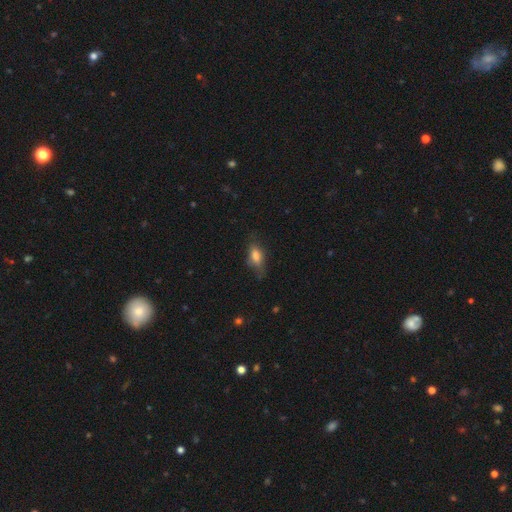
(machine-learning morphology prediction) smooth-or-featured: smooth: 73% | featured or disk: 18% | star or artifact: 9%
  how-rounded: in between: 77% | cigar-shaped: 18% | round: 5%
  merging: none: 61% | minor disturbance: 27% | major disturbance: 10% | merger: 2%